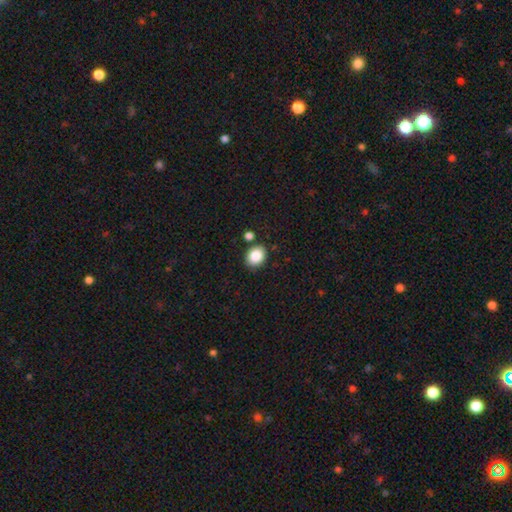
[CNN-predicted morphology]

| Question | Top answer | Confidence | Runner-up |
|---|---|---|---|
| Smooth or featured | smooth | 87% | star or artifact (8%) |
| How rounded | round | 51% | in between (48%) |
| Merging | none | 81% | minor disturbance (10%) |